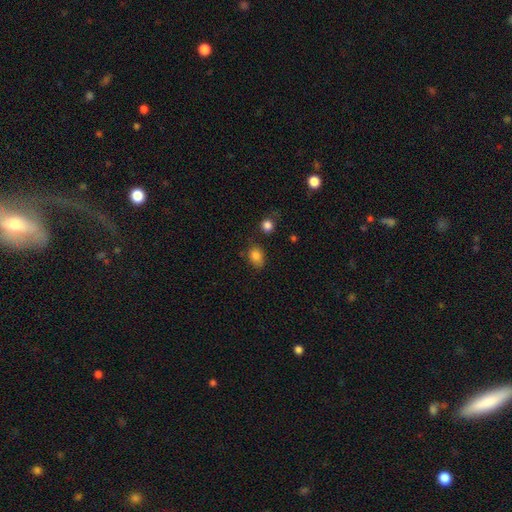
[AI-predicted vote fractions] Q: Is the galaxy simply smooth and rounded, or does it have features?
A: smooth — 83%.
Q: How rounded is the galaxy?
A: in between — 62%.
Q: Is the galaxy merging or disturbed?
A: none — 69%.